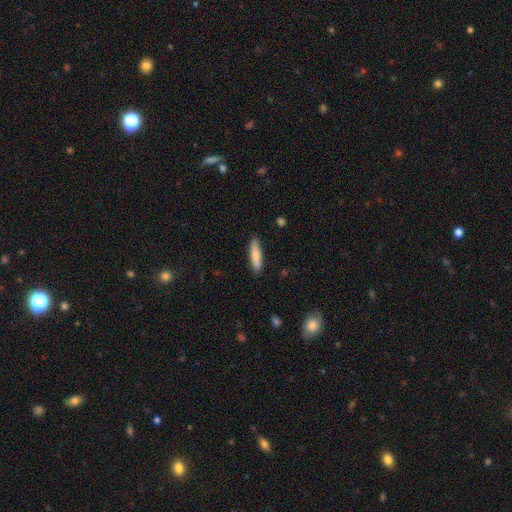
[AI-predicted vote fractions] Smooth or featured? smooth (78%)
How rounded? cigar-shaped (76%)
Merging? none (87%)